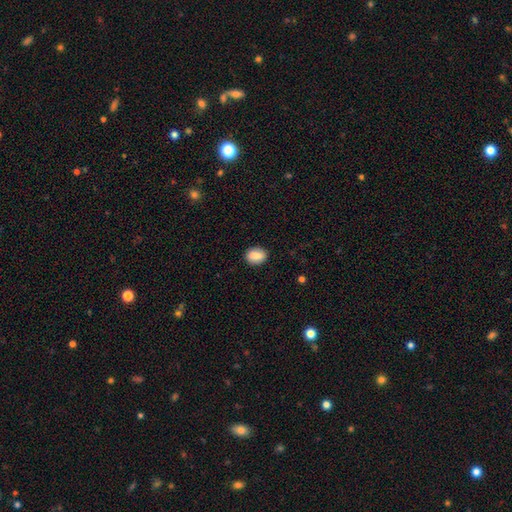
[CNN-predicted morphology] type=smooth (88%); roundness=in between (65%); merging=none (89%).